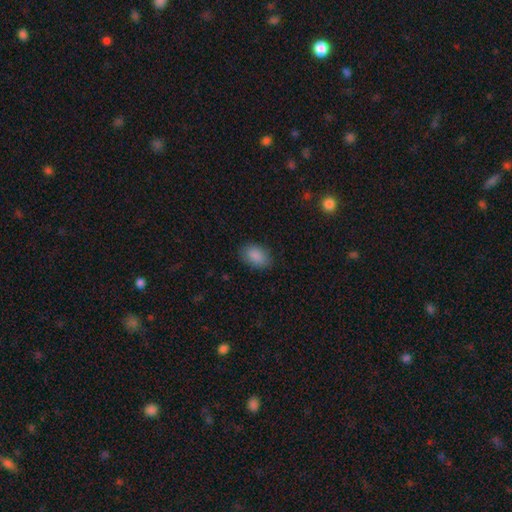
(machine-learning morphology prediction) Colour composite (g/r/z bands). It shows a smooth galaxy with no disk features (88%) that is in between round and cigar-shaped (84%). Merging: none (84%).